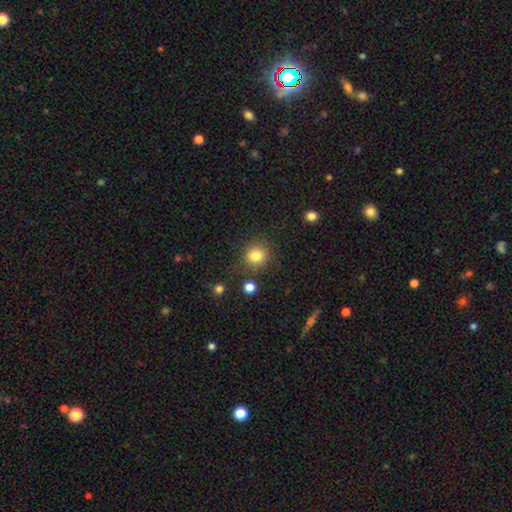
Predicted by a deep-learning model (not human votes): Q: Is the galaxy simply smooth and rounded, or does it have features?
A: smooth — 83%.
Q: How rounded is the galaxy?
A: round — 84%.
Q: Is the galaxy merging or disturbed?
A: none — 79%.